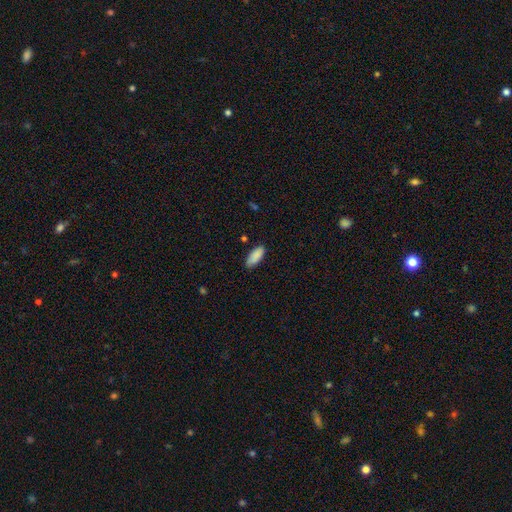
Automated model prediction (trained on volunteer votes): Morphology: type=smooth (89%); roundness=in between (82%); merging=none (82%).